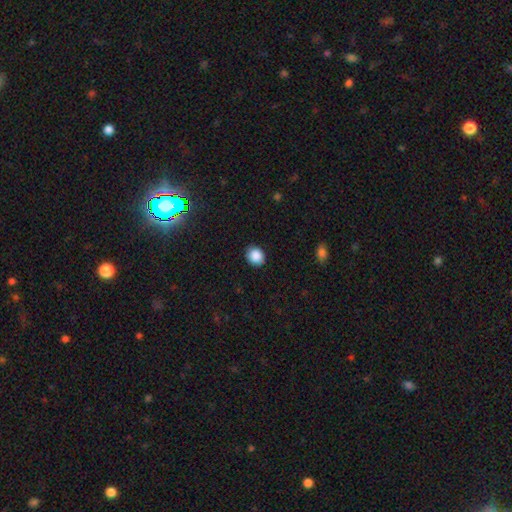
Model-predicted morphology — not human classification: smooth 88%, star or artifact 9%, featured or disk 3%. Down the decision tree: how rounded — round (67%); merging — none (88%).